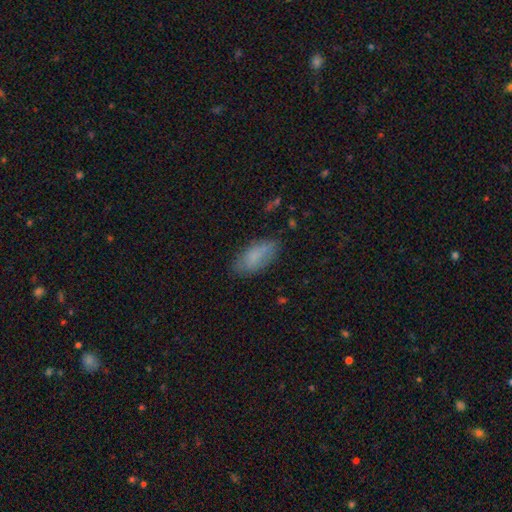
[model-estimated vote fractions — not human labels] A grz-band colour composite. It shows a smooth galaxy with no disk features (79%) that is in between round and cigar-shaped (89%). Merging: none (74%).